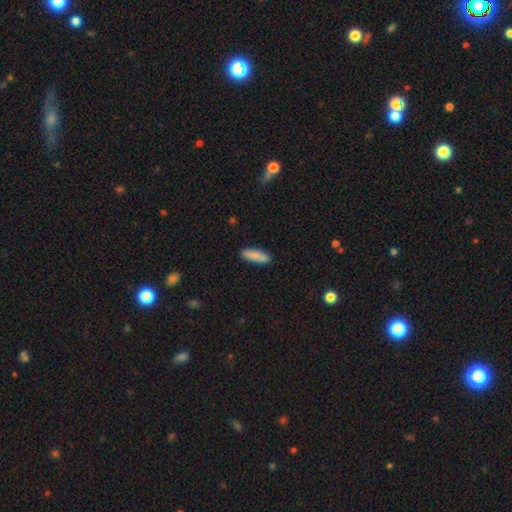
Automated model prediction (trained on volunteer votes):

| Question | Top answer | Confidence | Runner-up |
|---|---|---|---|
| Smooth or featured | smooth | 87% | featured or disk (7%) |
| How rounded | cigar-shaped | 58% | in between (40%) |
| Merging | none | 88% | minor disturbance (9%) |